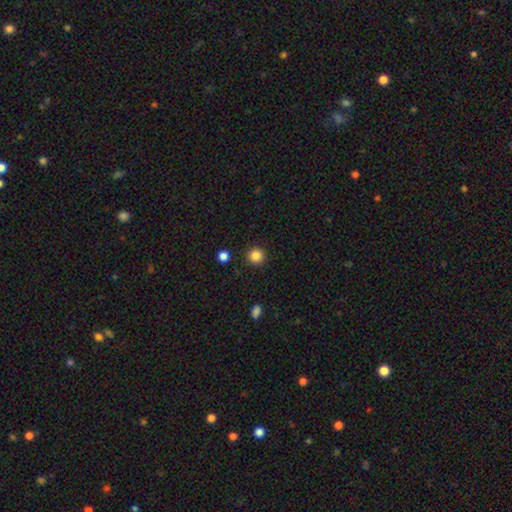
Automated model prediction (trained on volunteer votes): Overall: smooth (85%). How rounded: round (95%). Merging: none (92%).